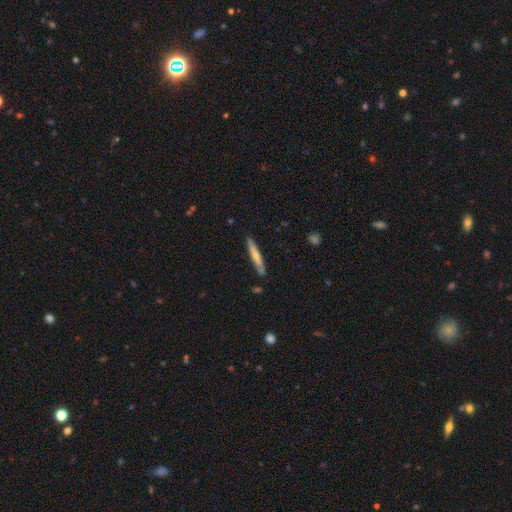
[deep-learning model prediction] A smooth galaxy with no disk features (51%) that is cigar-shaped (93%).

Vote fractions:
- Smooth or featured? smooth: 51% / featured or disk: 43% / star or artifact: 6%
- How rounded? cigar-shaped: 93% / in between: 6% / round: 1%
- Merging? none: 82% / minor disturbance: 13% / merger: 3% / major disturbance: 2%